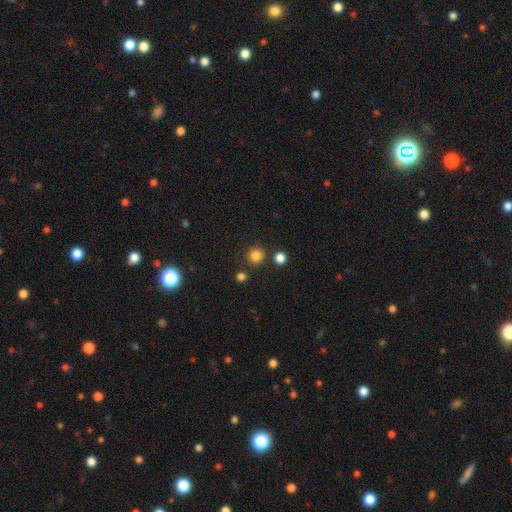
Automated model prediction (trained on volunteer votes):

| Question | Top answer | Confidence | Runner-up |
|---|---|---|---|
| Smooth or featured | smooth | 83% | star or artifact (13%) |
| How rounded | round | 94% | in between (5%) |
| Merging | none | 84% | minor disturbance (7%) |